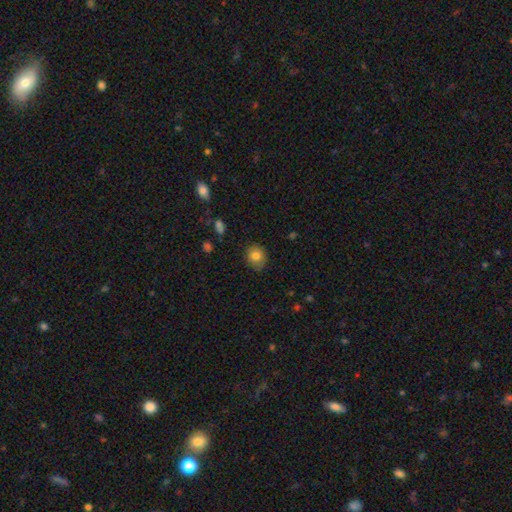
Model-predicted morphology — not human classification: smooth_or_featured: smooth (p=0.80) [alt: featured or disk p=0.10]
how_rounded: round (p=0.71) [alt: in between p=0.28]
merging: none (p=0.81) [alt: minor disturbance p=0.15]